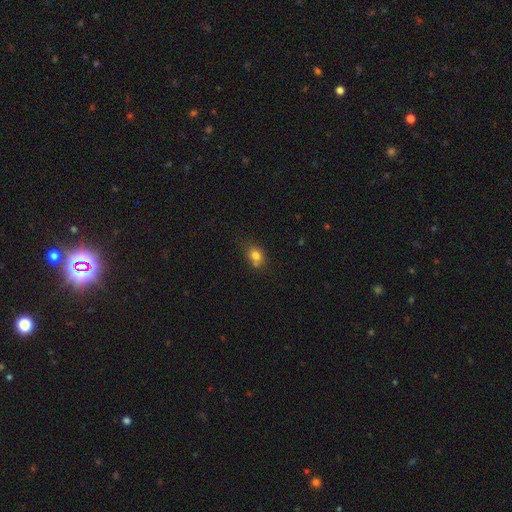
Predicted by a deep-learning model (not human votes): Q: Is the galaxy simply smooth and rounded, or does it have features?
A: smooth — 77%.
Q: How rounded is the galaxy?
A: in between — 51%.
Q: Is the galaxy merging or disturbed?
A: none — 61%.